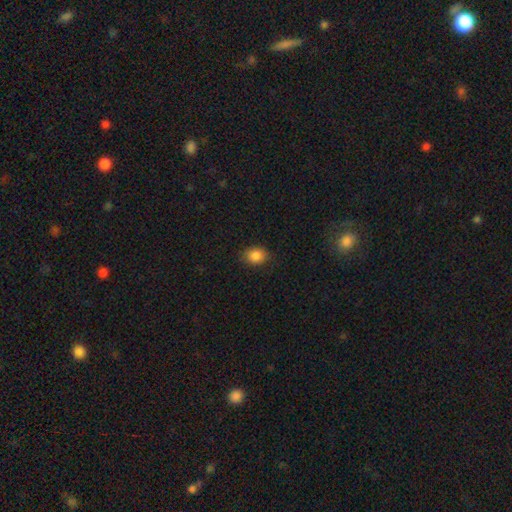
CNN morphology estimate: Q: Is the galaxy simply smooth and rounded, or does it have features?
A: smooth — 86%.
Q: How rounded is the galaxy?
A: in between — 57%.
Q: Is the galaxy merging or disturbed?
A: none — 82%.